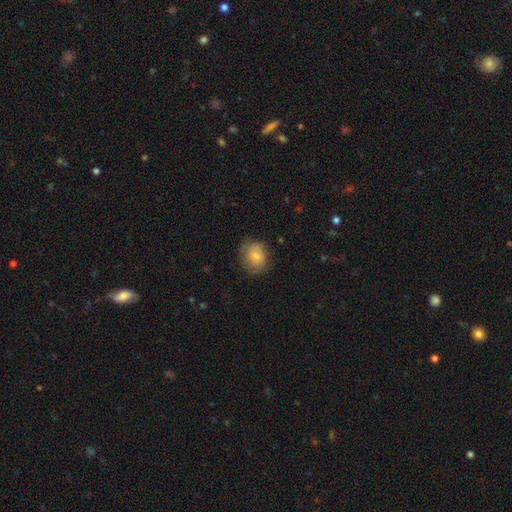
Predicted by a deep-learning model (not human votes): Morphology: type=smooth (81%); roundness=round (54%); merging=none (75%).